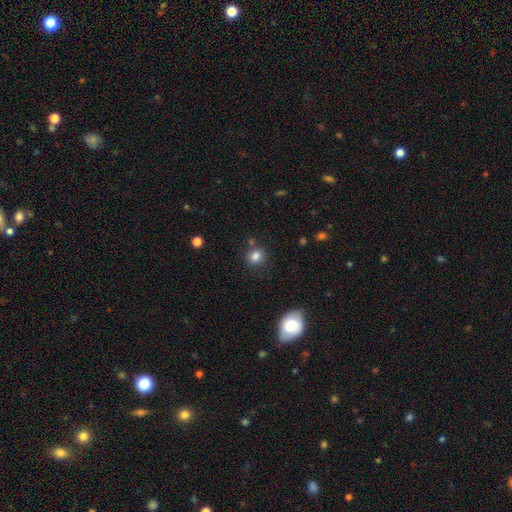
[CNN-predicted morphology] smooth_or_featured: smooth (p=0.82) [alt: star or artifact p=0.12]
how_rounded: round (p=0.82) [alt: in between p=0.17]
merging: none (p=0.78) [alt: minor disturbance p=0.11]